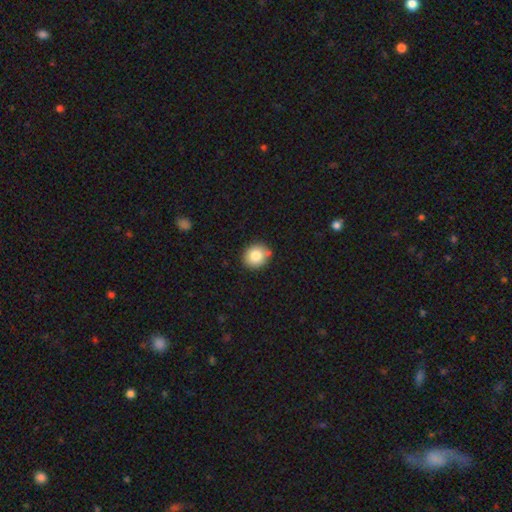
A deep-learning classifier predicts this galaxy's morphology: A smooth galaxy with no disk features (81%) that is round (76%).

Vote fractions:
- Smooth or featured? smooth: 81% / star or artifact: 10% / featured or disk: 9%
- How rounded? round: 76% / in between: 23% / cigar-shaped: 1%
- Merging? none: 84% / minor disturbance: 10% / merger: 3% / major disturbance: 2%